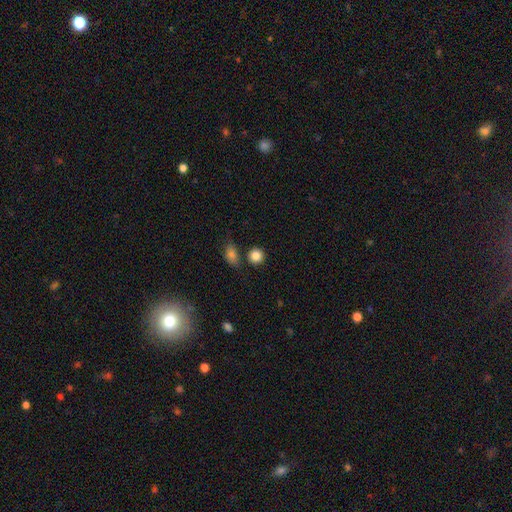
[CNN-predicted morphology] Smooth or featured?
  - smooth: 85% *
  - star or artifact: 10%
  - featured or disk: 5%
How rounded?
  - round: 86% *
  - in between: 12%
  - cigar-shaped: 1%
Merging?
  - none: 78% *
  - merger: 10%
  - minor disturbance: 9%
  - major disturbance: 3%